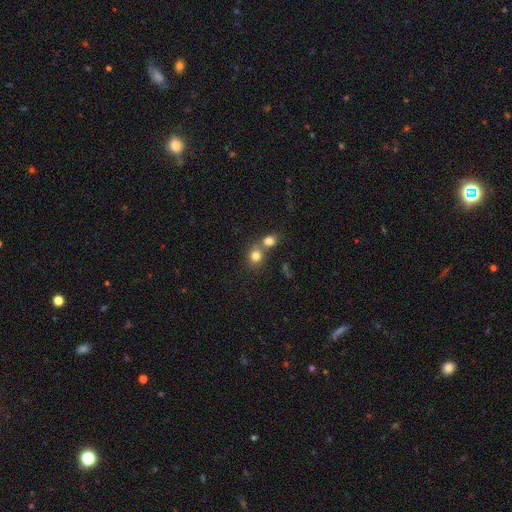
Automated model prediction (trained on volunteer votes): Smooth or featured? smooth (78%)
How rounded? round (76%)
Merging? merger (46%)